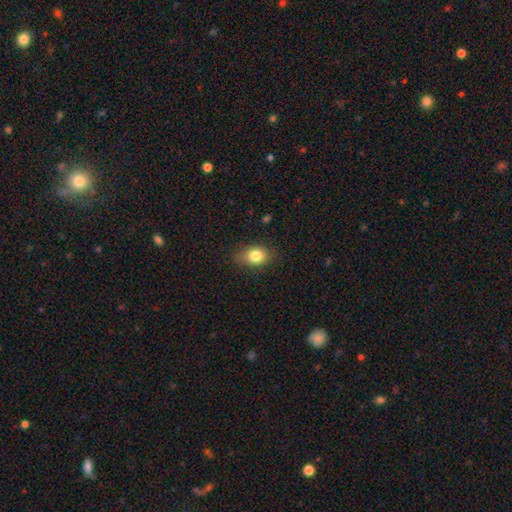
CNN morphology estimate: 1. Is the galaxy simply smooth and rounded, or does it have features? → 82% smooth, 10% star or artifact, 8% featured or disk.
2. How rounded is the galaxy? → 62% in between, 36% round, 1% cigar-shaped.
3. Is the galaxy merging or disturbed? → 77% none, 18% minor disturbance, 4% major disturbance, 1% merger.